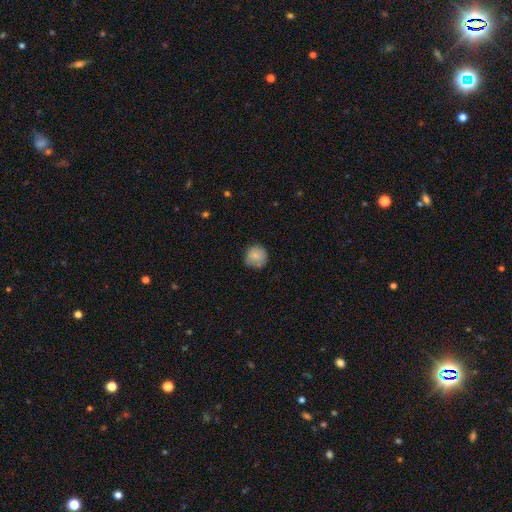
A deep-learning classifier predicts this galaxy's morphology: type=smooth (82%); roundness=round (92%); merging=none (77%).